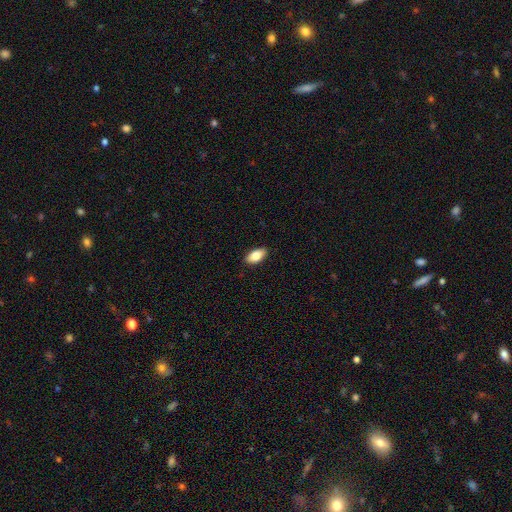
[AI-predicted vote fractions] smooth_or_featured: smooth (p=0.84) [alt: featured or disk p=0.09]
how_rounded: in between (p=0.93) [alt: cigar-shaped p=0.04]
merging: none (p=0.89) [alt: minor disturbance p=0.09]